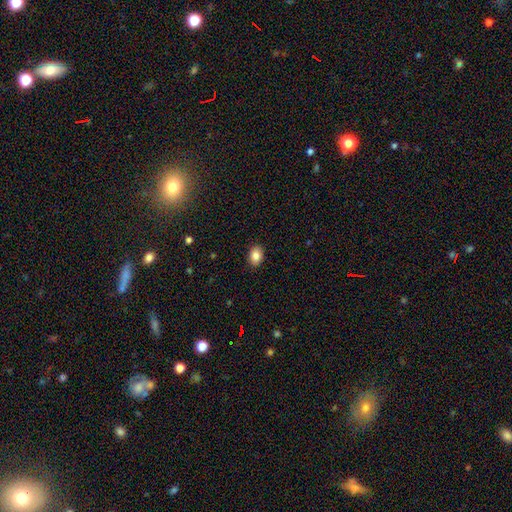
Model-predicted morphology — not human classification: This appears to be a smooth galaxy with no disk features (86%) that is in between round and cigar-shaped (74%). Merging: none (89%).